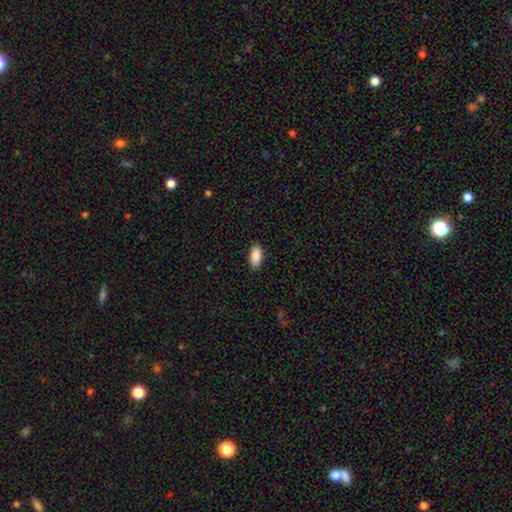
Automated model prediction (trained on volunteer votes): This appears to be a smooth galaxy with no disk features (90%) that is in between round and cigar-shaped (93%). Merging: none (89%).